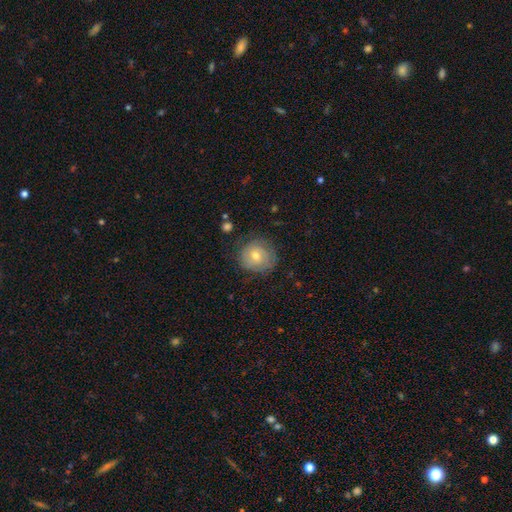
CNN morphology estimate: This is possibly a smooth galaxy (58%). How rounded: clearly round (82%). Merging: likely none (70%).